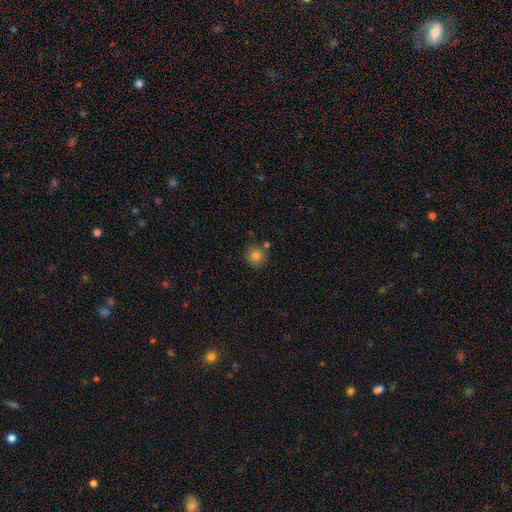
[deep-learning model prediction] Morphology: type=smooth (82%); roundness=round (91%); merging=none (75%).